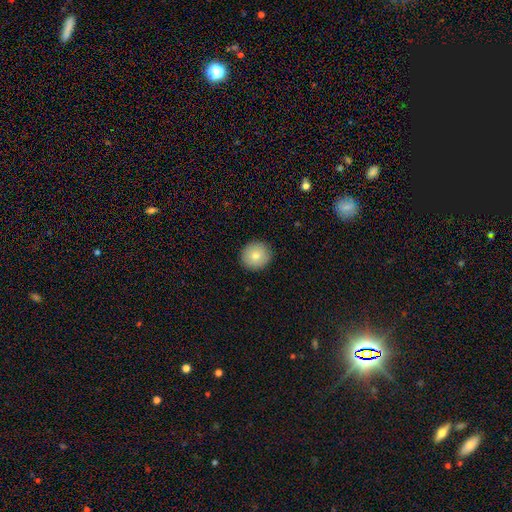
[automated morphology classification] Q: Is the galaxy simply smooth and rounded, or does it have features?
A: smooth — 77%.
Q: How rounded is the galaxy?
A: round — 91%.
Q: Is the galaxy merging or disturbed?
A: none — 90%.